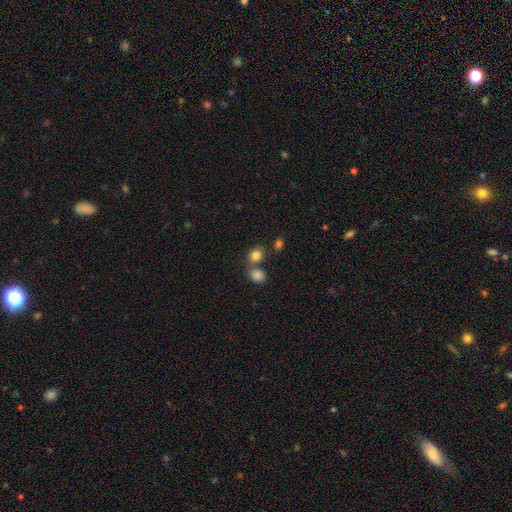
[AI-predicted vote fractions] smooth 83%, star or artifact 11%, featured or disk 6%. Down the decision tree: how rounded — round (62%); merging — none (54%).